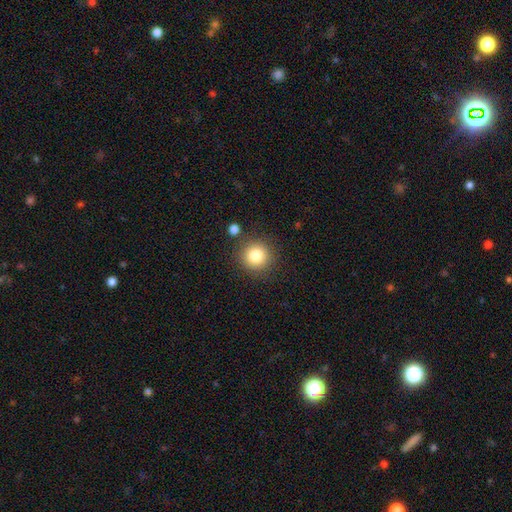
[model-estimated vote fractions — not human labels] smooth-or-featured: smooth: 83% | star or artifact: 11% | featured or disk: 7%
  how-rounded: round: 94% | in between: 5% | cigar-shaped: 1%
  merging: none: 85% | minor disturbance: 8% | merger: 4% | major disturbance: 3%